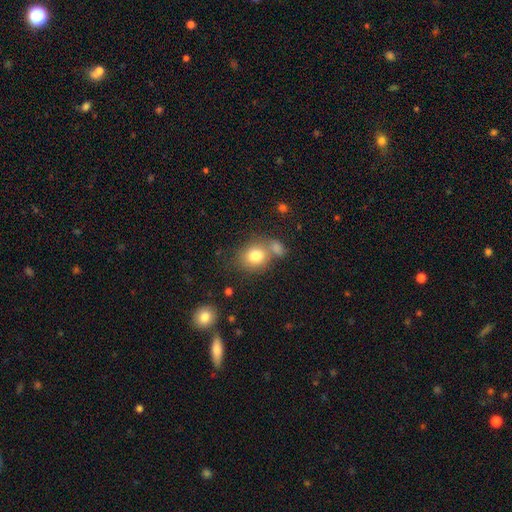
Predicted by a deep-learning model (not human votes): Morphology: type=smooth (80%); roundness=round (62%); merging=none (54%).